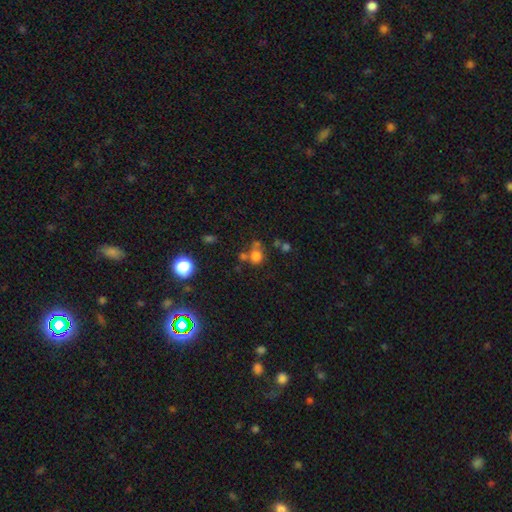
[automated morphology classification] This appears to be a smooth galaxy with no disk features (73%) that is round (81%). Merging: none (52%).